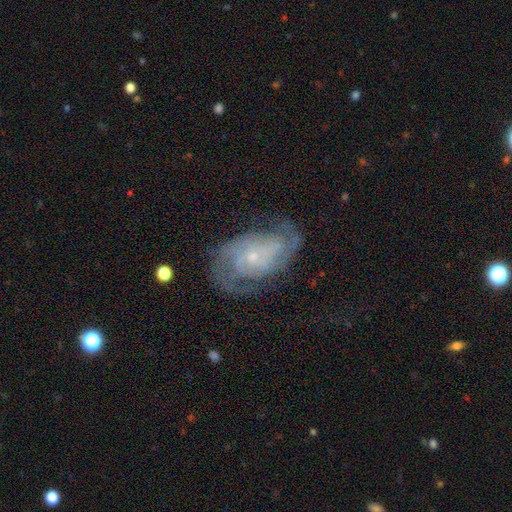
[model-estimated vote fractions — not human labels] smooth_or_featured: featured or disk (p=0.84) [alt: smooth p=0.10]
disk_edge_on: no (p=0.96) [alt: yes p=0.04]
bar: no (p=0.69) [alt: weak p=0.25]
has_spiral_arms: yes (p=0.94) [alt: no p=0.06]
spiral_winding: tight (p=0.51) [alt: medium p=0.37]
spiral_arm_count: 2 (p=0.51) [alt: can't tell p=0.24]
bulge_size: small (p=0.77) [alt: moderate p=0.17]
merging: none (p=0.64) [alt: minor disturbance p=0.20]